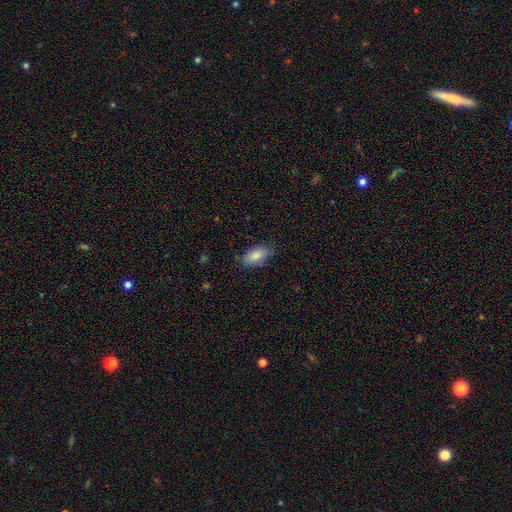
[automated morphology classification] smooth_or_featured: smooth (p=0.86) [alt: featured or disk p=0.07]
how_rounded: in between (p=0.92) [alt: cigar-shaped p=0.05]
merging: none (p=0.79) [alt: minor disturbance p=0.16]